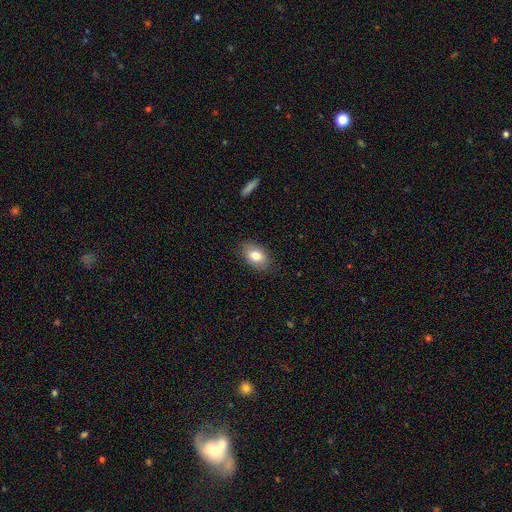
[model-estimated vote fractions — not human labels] Smooth or featured: smooth — 79% (featured or disk — 12%)
How rounded: in between — 85% (round — 14%)
Merging: none — 86% (minor disturbance — 11%)